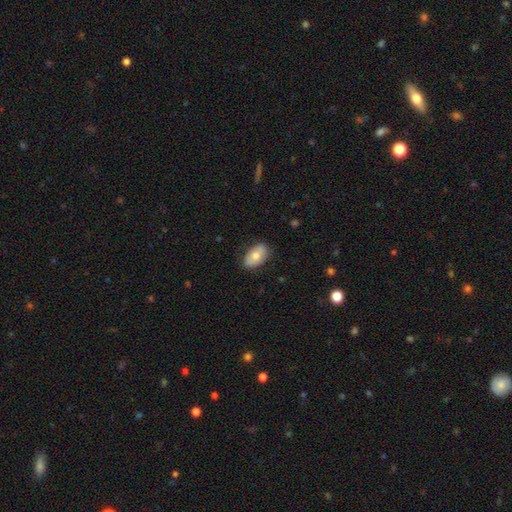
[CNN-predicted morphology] Smooth or featured: smooth — 71% (featured or disk — 23%)
How rounded: in between — 92% (round — 6%)
Merging: none — 84% (minor disturbance — 12%)